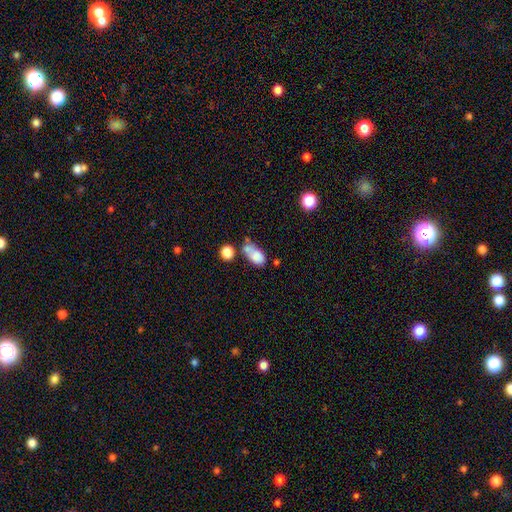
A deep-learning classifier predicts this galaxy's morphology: type=smooth (74%); roundness=in between (85%); merging=merger (40%).